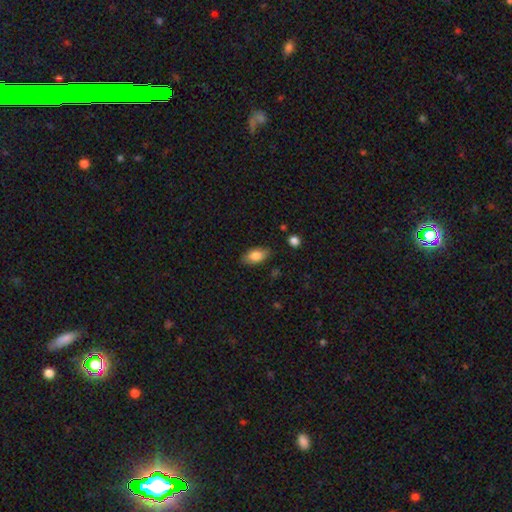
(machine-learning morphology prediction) Overall: smooth (81%). How rounded: in between (89%). Merging: none (84%).